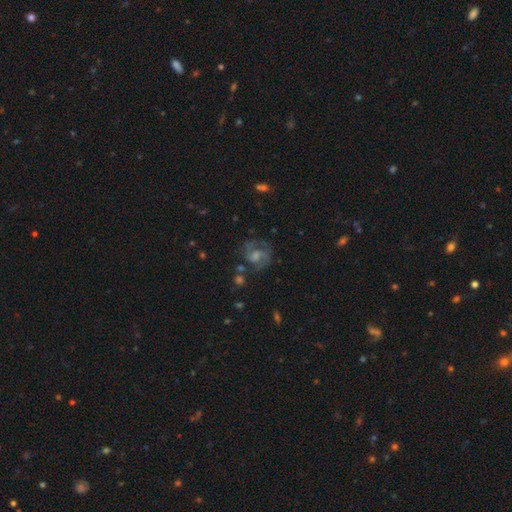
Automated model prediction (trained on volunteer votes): This is likely a featured or disk galaxy (71%). It is clearly not viewed edge-on (97%). Bar: possibly weak (48%). Spiral arm pattern: clearly yes (90%). Spiral arm count: likely 2 (64%). Spiral winding: possibly medium (52%). Central bulge: marginally moderate (44%). Merging: likely none (70%).